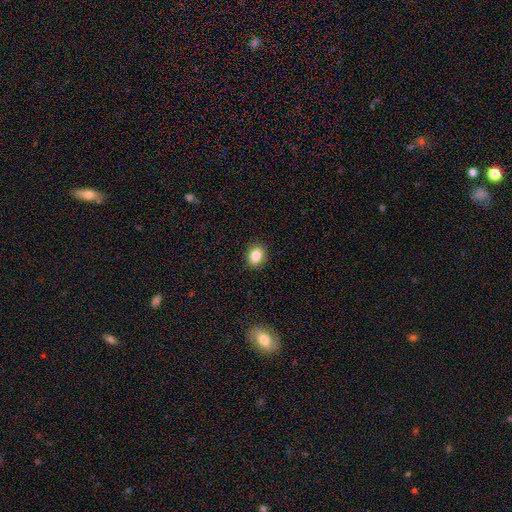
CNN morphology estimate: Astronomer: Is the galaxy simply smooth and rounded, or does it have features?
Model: smooth — 85%.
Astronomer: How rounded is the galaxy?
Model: in between — 64%.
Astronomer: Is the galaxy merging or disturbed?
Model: none — 89%.